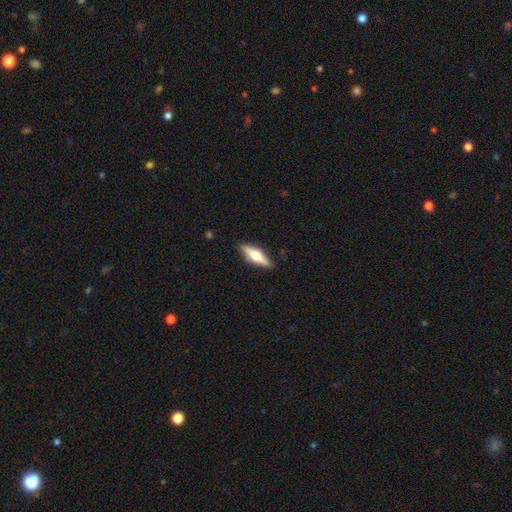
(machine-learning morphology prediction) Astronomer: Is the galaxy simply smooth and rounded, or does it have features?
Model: featured or disk — 56% (runner-up: smooth, 38%).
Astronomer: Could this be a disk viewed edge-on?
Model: yes — 95%.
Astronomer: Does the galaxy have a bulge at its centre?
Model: rounded — 95%.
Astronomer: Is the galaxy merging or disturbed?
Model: none — 89%.